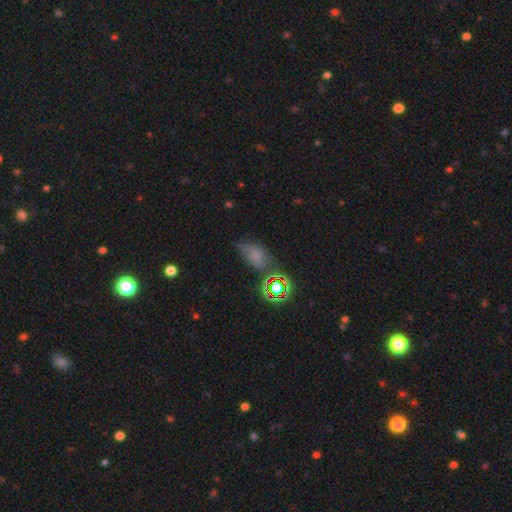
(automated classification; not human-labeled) smooth-or-featured: smooth: 56% | star or artifact: 27% | featured or disk: 17%
  how-rounded: in between: 78% | round: 16% | cigar-shaped: 6%
  merging: none: 43% | minor disturbance: 30% | major disturbance: 17% | merger: 10%